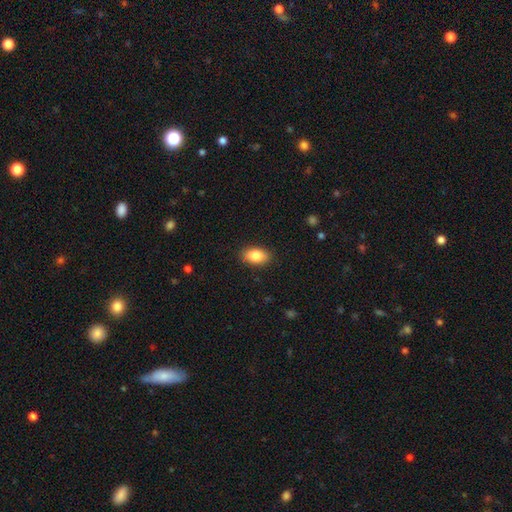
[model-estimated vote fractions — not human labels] This is clearly a smooth galaxy (84%). How rounded: clearly in between (89%). Merging: clearly none (88%).